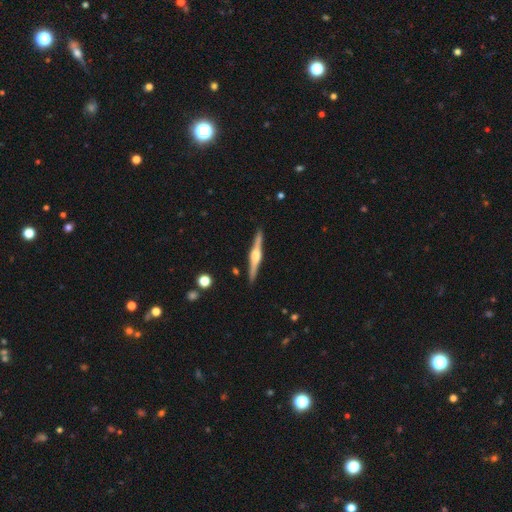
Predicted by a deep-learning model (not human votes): Q: Smooth or featured?
A: featured or disk (81%); runner-up: smooth (14%)
Q: Edge-on disk?
A: yes (98%); runner-up: no (2%)
Q: Edge-on bulge?
A: rounded (80%); runner-up: boxy (17%)
Q: Merging?
A: none (91%); runner-up: minor disturbance (7%)